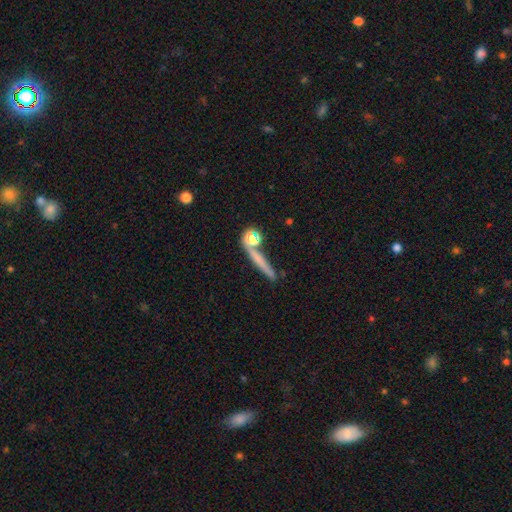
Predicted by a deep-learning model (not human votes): Smooth or featured? Predicted: smooth (p=0.59). How rounded? Predicted: cigar-shaped (p=0.77). Merging? Predicted: none (p=0.72).